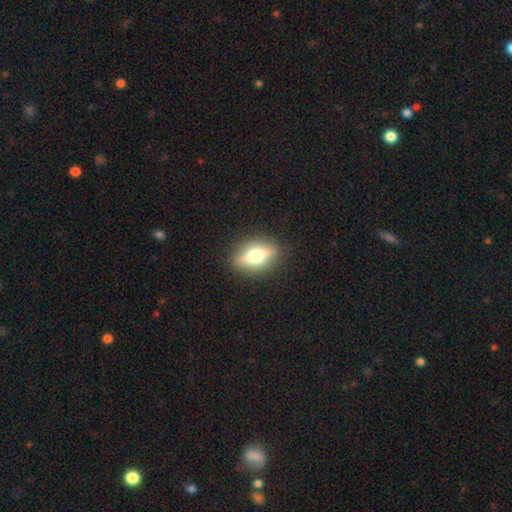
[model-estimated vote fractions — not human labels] Q: Smooth or featured?
A: featured or disk (48%); runner-up: smooth (43%)
Q: Merging?
A: none (87%); runner-up: minor disturbance (9%)